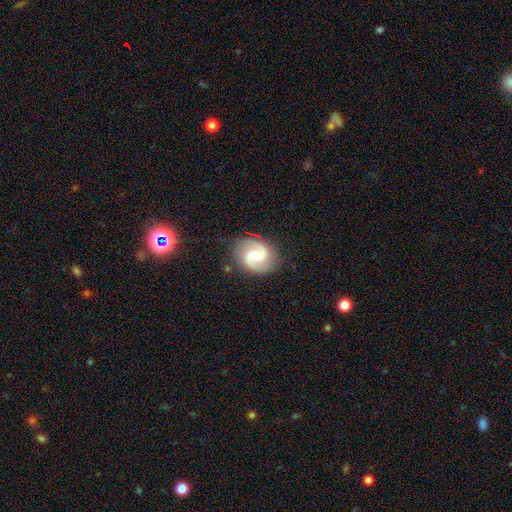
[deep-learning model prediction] A featured or disk galaxy (82%) with a weak bar (56%), 2 (92%) medium (46%) spiral arms (96%) and a small central bulge (41%).

Vote fractions:
- Smooth or featured? featured or disk: 82% / smooth: 13% / star or artifact: 5%
- Edge-on disk? no: 98% / yes: 2%
- Bar? weak: 56% / no: 23% / strong: 21%
- Spiral arms? yes: 96% / no: 4%
- Spiral winding? medium: 46% / loose: 41% / tight: 13%
- Spiral arm count? 2: 92% / can't tell: 3% / 1: 2% / 3: 1% / 4: 1% / more than 4: 1%
- Bulge size? small: 41% / moderate: 30% / none: 22% / large: 5% / dominant: 1%
- Merging? none: 81% / minor disturbance: 13% / major disturbance: 4% / merger: 2%